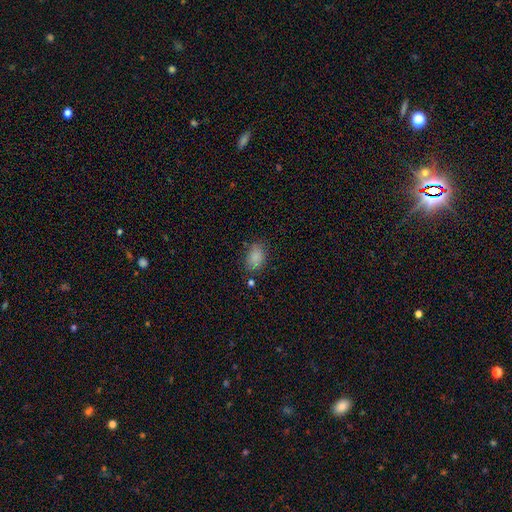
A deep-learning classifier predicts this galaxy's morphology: This appears to be a smooth galaxy with no disk features (86%) that is in between round and cigar-shaped (84%). Merging: none (76%).